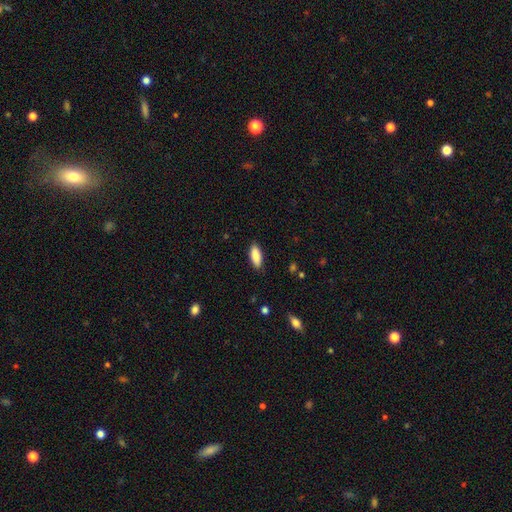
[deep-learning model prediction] A smooth galaxy with no disk features (87%) that is in between round and cigar-shaped (75%). Merging: none (87%).